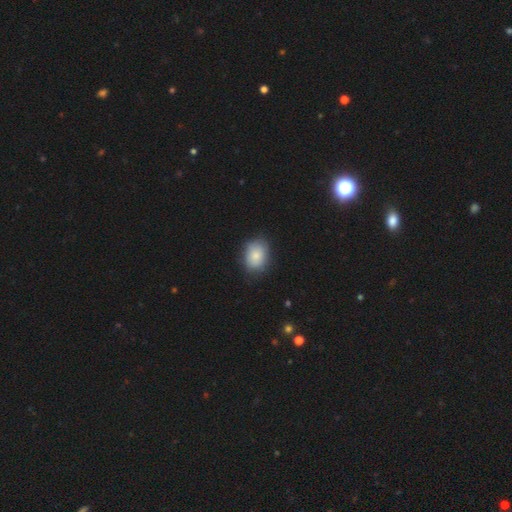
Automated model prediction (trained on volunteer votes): smooth-or-featured: smooth: 84% | featured or disk: 9% | star or artifact: 7%
  how-rounded: in between: 65% | round: 34% | cigar-shaped: 1%
  merging: none: 79% | minor disturbance: 16% | major disturbance: 4% | merger: 1%